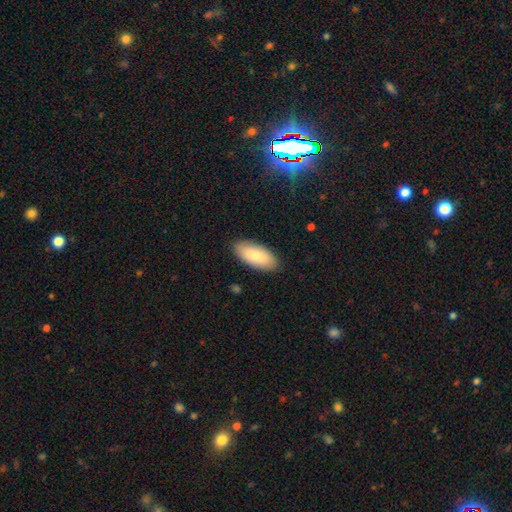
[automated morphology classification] smooth_or_featured: smooth (p=0.83) [alt: featured or disk p=0.12]
how_rounded: in between (p=0.90) [alt: cigar-shaped p=0.09]
merging: none (p=0.88) [alt: minor disturbance p=0.09]